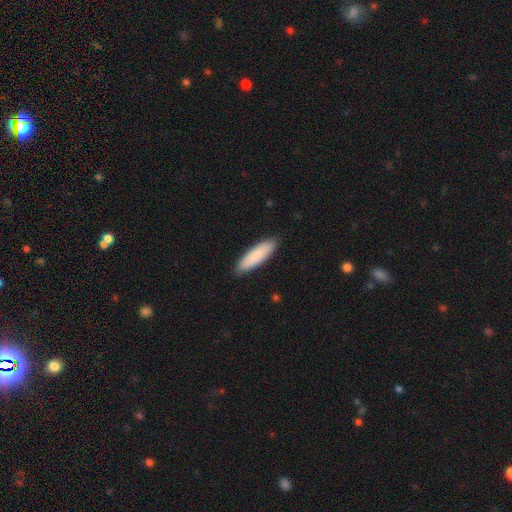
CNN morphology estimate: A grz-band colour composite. It shows a smooth galaxy with no disk features (87%) that is cigar-shaped (66%). Merging: none (89%).